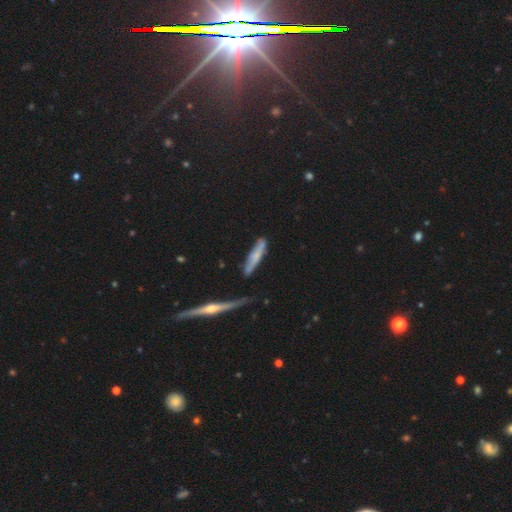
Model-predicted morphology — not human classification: A smooth galaxy with no disk features (54%) that is cigar-shaped (85%).

Vote fractions:
- Smooth or featured? smooth: 54% / featured or disk: 38% / star or artifact: 8%
- How rounded? cigar-shaped: 85% / in between: 13% / round: 2%
- Merging? none: 61% / minor disturbance: 26% / major disturbance: 7% / merger: 6%